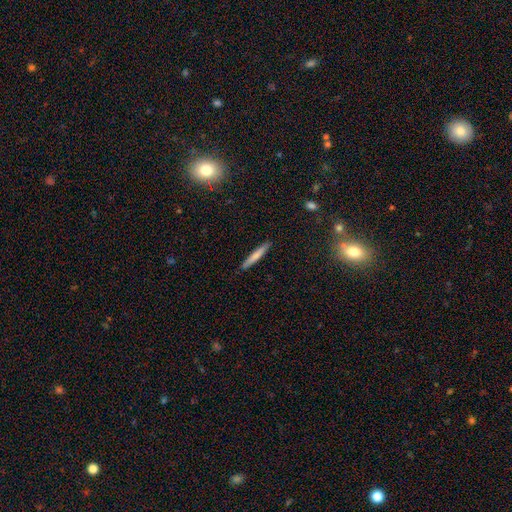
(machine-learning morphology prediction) smooth-or-featured: smooth: 73% | featured or disk: 21% | star or artifact: 6%
  how-rounded: cigar-shaped: 95% | in between: 4% | round: 1%
  merging: none: 90% | minor disturbance: 7% | major disturbance: 1% | merger: 1%